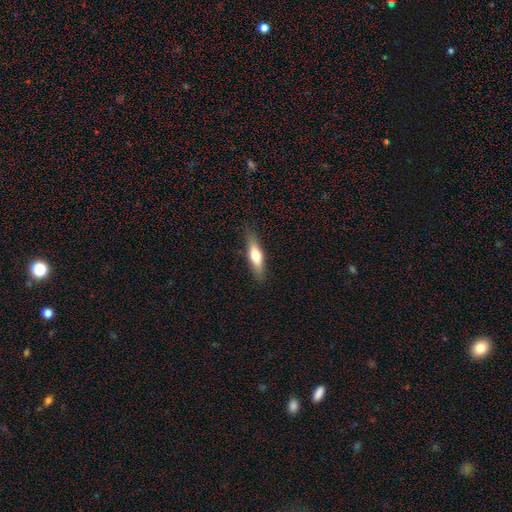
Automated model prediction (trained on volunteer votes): Smooth or featured?
  - smooth: 57% *
  - featured or disk: 37%
  - star or artifact: 6%
How rounded?
  - cigar-shaped: 64% *
  - in between: 33%
  - round: 2%
Merging?
  - none: 86% *
  - minor disturbance: 11%
  - major disturbance: 2%
  - merger: 1%